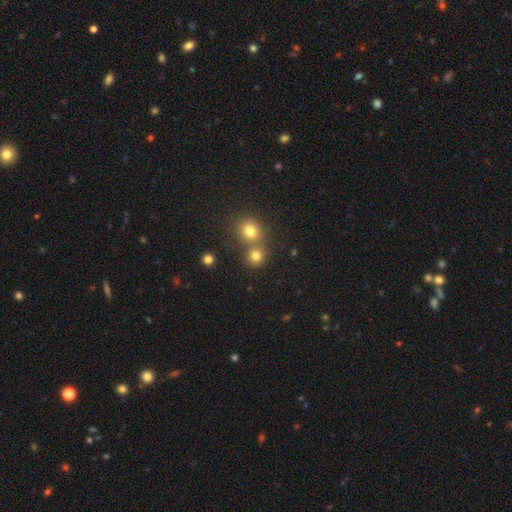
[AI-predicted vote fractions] The model was most divided on "merging": none: 57%, merger: 34%, minor disturbance: 6%, major disturbance: 3%. More confident: how rounded — round (84%); smooth or featured — smooth (77%).